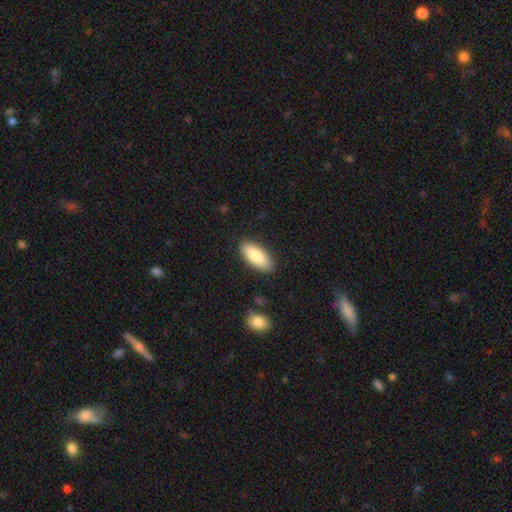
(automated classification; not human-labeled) A smooth galaxy with no disk features (84%) that is in between round and cigar-shaped (84%).

Vote fractions:
- Smooth or featured? smooth: 84% / featured or disk: 10% / star or artifact: 6%
- How rounded? in between: 84% / cigar-shaped: 14% / round: 2%
- Merging? none: 87% / minor disturbance: 9% / major disturbance: 2% / merger: 2%